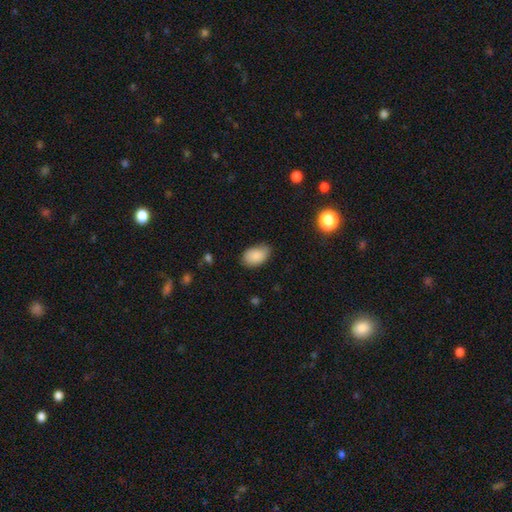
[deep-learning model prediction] Smooth or featured?
  - smooth: 88% *
  - star or artifact: 8%
  - featured or disk: 4%
How rounded?
  - in between: 89% *
  - round: 10%
  - cigar-shaped: 1%
Merging?
  - none: 70% *
  - minor disturbance: 24%
  - major disturbance: 4%
  - merger: 1%